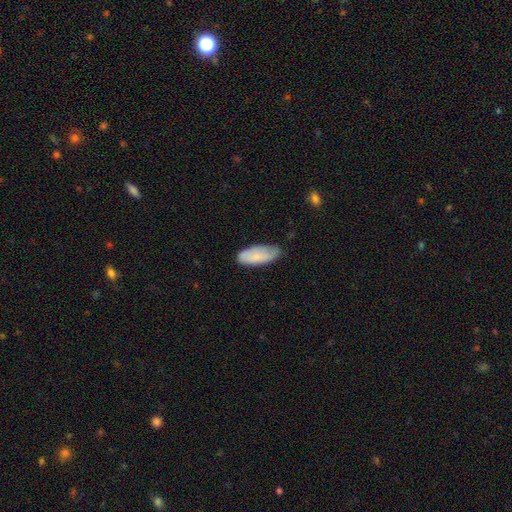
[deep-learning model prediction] Smooth or featured? Predicted: smooth (p=0.77). How rounded? Predicted: in between (p=0.77). Merging? Predicted: none (p=0.67).